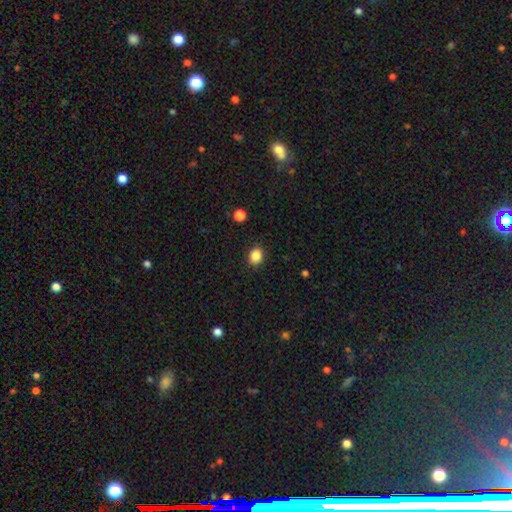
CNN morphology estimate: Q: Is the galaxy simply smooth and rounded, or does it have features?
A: smooth — 86%.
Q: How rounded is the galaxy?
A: round — 59%.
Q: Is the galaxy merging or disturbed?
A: none — 89%.